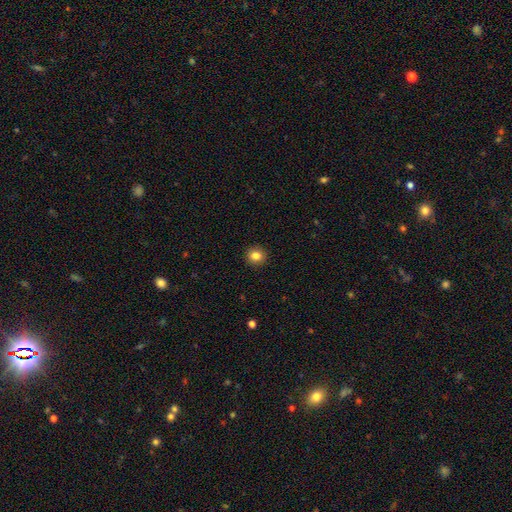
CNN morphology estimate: Smooth or featured: smooth — 83% (star or artifact — 11%)
How rounded: round — 90% (in between — 9%)
Merging: none — 93% (minor disturbance — 5%)